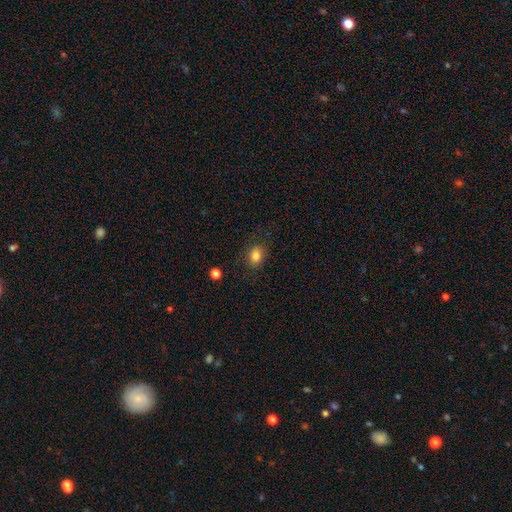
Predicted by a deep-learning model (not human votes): Smooth or featured? smooth (84%)
How rounded? in between (51%)
Merging? none (83%)